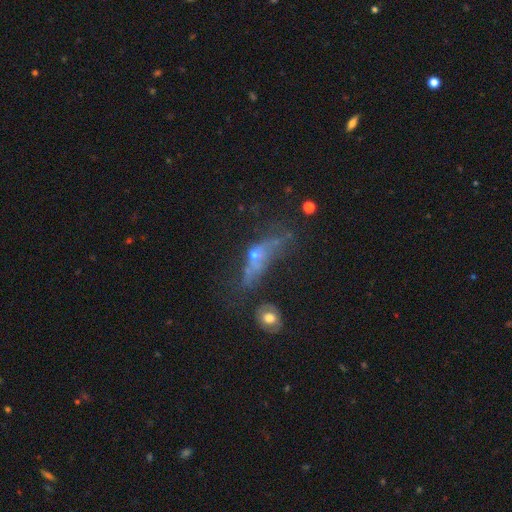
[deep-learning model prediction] Overall: featured or disk (40%, tied with smooth). Merging: major disturbance (38%; none 24%).